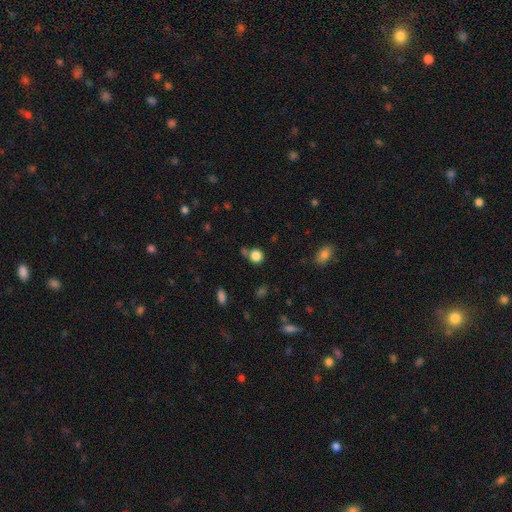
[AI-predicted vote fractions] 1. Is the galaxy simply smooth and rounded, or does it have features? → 85% smooth, 11% star or artifact, 4% featured or disk.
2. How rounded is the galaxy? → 87% round, 12% in between, 1% cigar-shaped.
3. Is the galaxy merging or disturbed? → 71% none, 14% merger, 11% minor disturbance, 4% major disturbance.